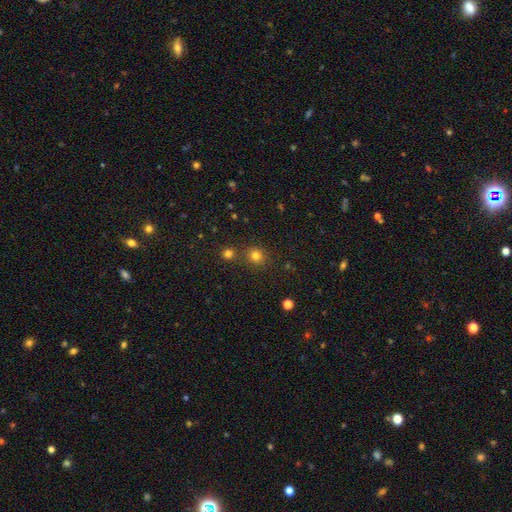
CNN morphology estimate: This is likely a smooth galaxy (76%). How rounded: clearly round (87%). Merging: likely none (78%).